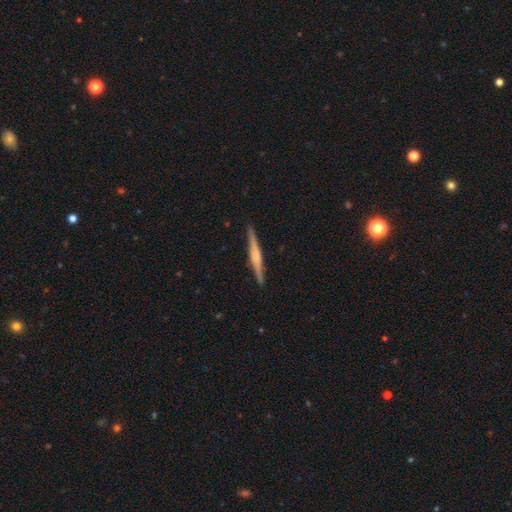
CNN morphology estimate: Smooth or featured?
  - featured or disk: 66% *
  - smooth: 29%
  - star or artifact: 5%
Edge-on disk?
  - yes: 98% *
  - no: 2%
Edge-on bulge?
  - rounded: 58% *
  - boxy: 24%
  - none: 19%
Merging?
  - none: 91% *
  - minor disturbance: 7%
  - major disturbance: 1%
  - merger: 1%